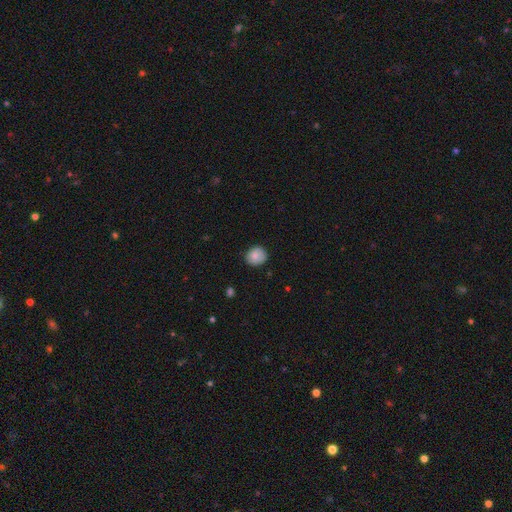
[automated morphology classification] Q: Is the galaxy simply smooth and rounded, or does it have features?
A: smooth — 83%.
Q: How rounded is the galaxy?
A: round — 76%.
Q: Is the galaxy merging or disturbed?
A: none — 84%.